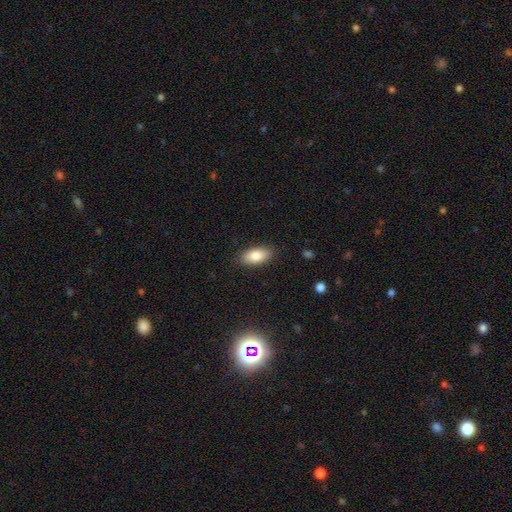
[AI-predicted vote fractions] Smooth or featured: smooth — 85% (featured or disk — 9%)
How rounded: in between — 90% (cigar-shaped — 7%)
Merging: none — 87% (minor disturbance — 10%)